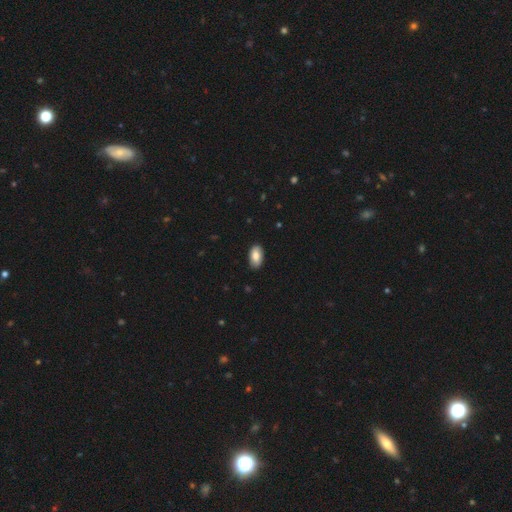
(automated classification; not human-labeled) Q: Smooth or featured?
A: smooth (83%); runner-up: featured or disk (11%)
Q: How rounded?
A: in between (95%); runner-up: round (3%)
Q: Merging?
A: none (88%); runner-up: minor disturbance (10%)